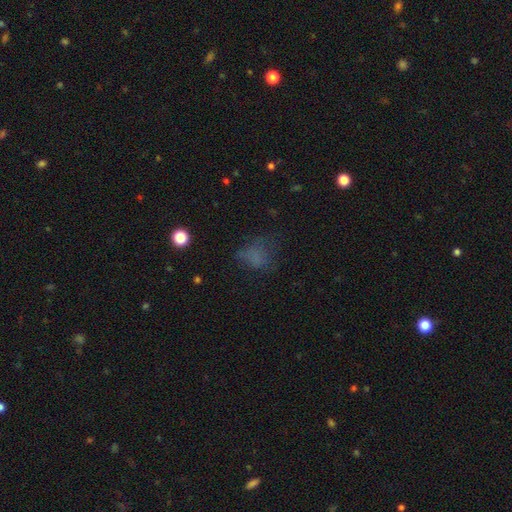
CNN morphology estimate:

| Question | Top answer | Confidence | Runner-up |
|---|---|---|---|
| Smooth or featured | smooth | 58% | star or artifact (23%) |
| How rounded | in between | 52% | round (46%) |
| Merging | none | 44% | major disturbance (30%) |